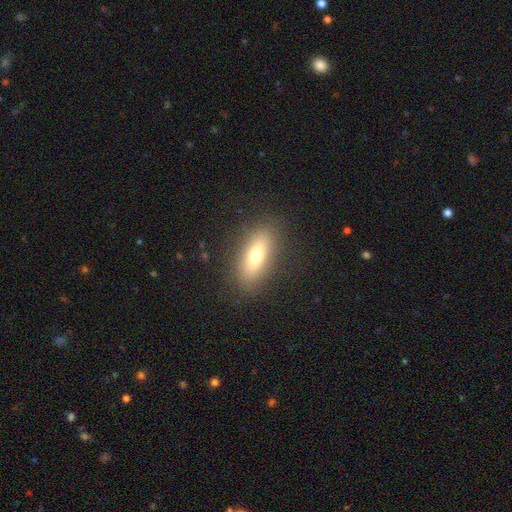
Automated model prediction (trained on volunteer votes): Smooth or featured? Predicted: smooth (p=0.66). How rounded? Predicted: in between (p=0.62). Merging? Predicted: none (p=0.87).